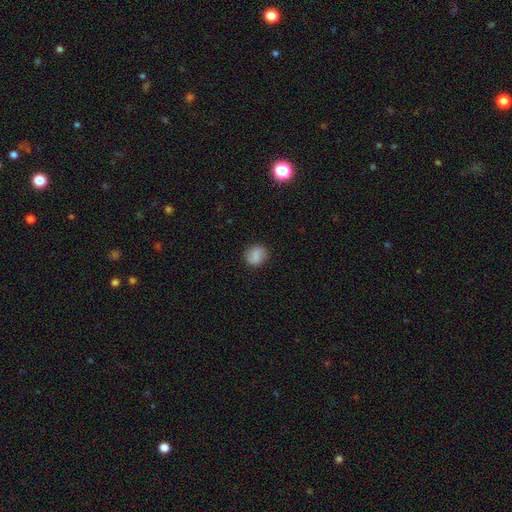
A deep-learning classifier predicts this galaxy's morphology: smooth-or-featured: smooth: 82% | featured or disk: 9% | star or artifact: 9%
  how-rounded: round: 70% | in between: 29% | cigar-shaped: 1%
  merging: none: 86% | minor disturbance: 10% | major disturbance: 3% | merger: 1%